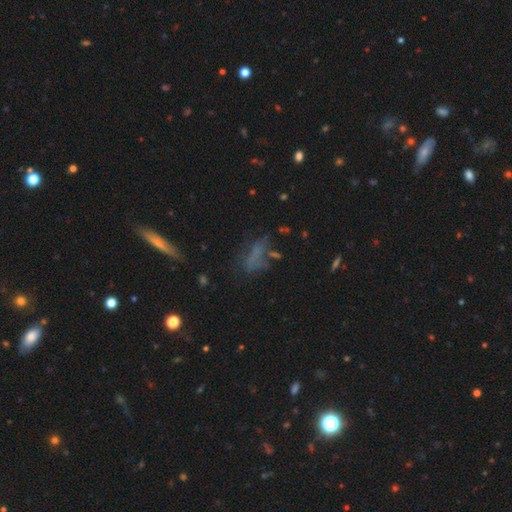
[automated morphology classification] Overall: smooth (47%; featured or disk 31%). Merging: none (47%; major disturbance 23%).